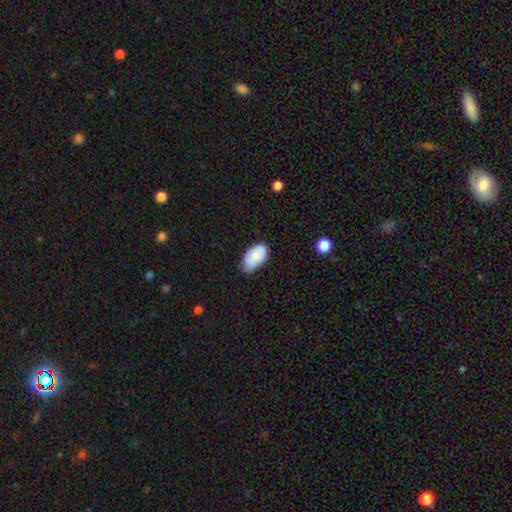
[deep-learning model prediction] Smooth or featured? Predicted: smooth (p=0.82). How rounded? Predicted: in between (p=0.95). Merging? Predicted: none (p=0.60).